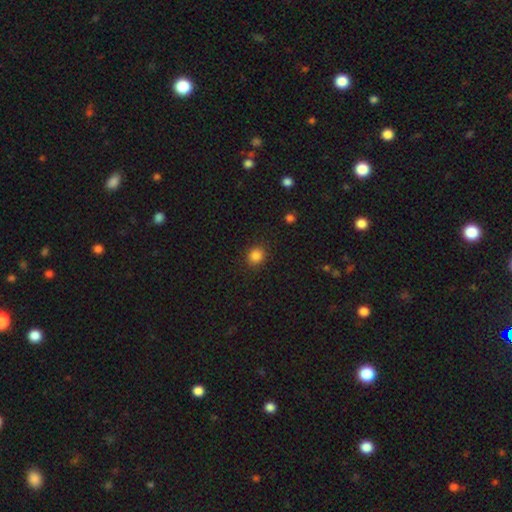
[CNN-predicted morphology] This appears to be a smooth galaxy with no disk features (85%) that is round (79%). Merging: none (89%).